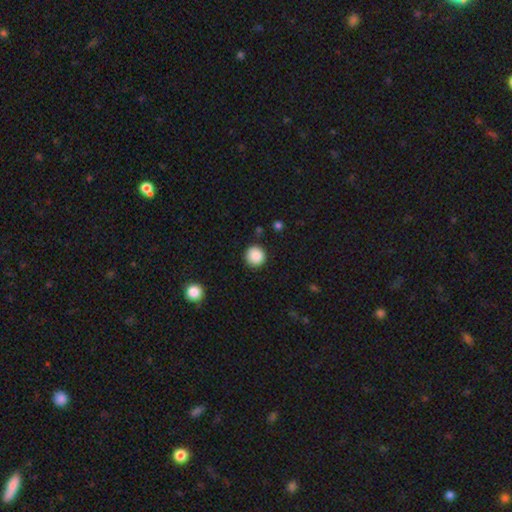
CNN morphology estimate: smooth-or-featured: smooth: 88% | star or artifact: 9% | featured or disk: 3%
  how-rounded: round: 95% | in between: 4% | cigar-shaped: 1%
  merging: none: 90% | minor disturbance: 6% | major disturbance: 2% | merger: 1%